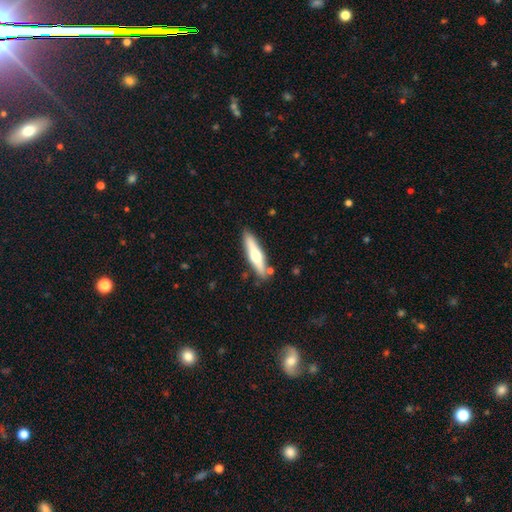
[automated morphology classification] A featured or disk galaxy (50%) viewed edge-on (93%). Merging: none (85%).